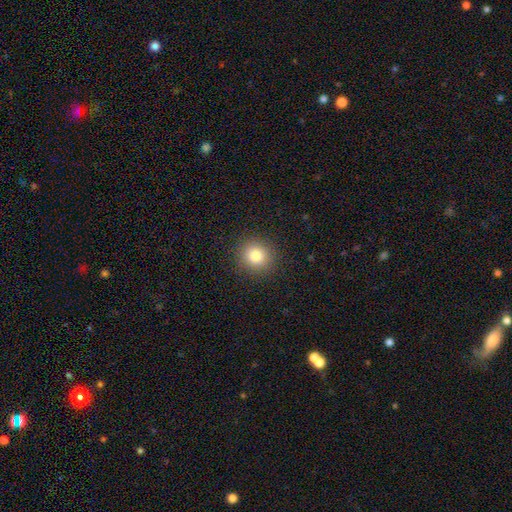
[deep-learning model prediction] This appears to be a smooth galaxy with no disk features (83%) that is round (90%). Merging: none (91%).